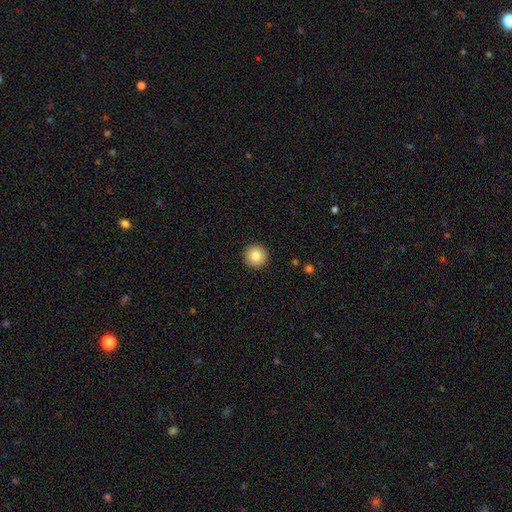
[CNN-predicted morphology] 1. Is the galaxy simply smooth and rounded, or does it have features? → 84% smooth, 9% star or artifact, 7% featured or disk.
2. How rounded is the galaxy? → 96% round, 3% in between, 1% cigar-shaped.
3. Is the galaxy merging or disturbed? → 93% none, 5% minor disturbance, 2% major disturbance, 1% merger.